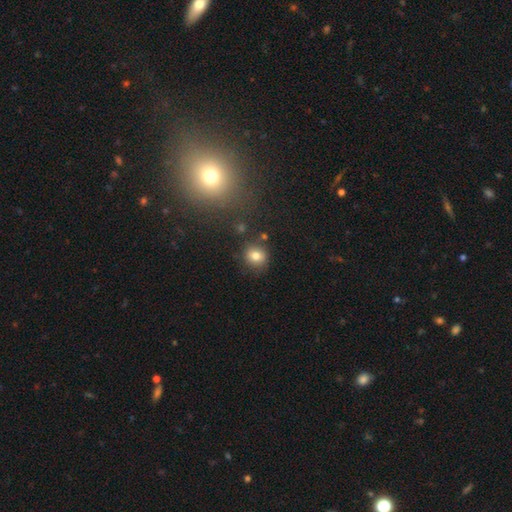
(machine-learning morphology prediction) smooth 79%, star or artifact 13%, featured or disk 8%. Down the decision tree: how rounded — round (84%); merging — none (81%).